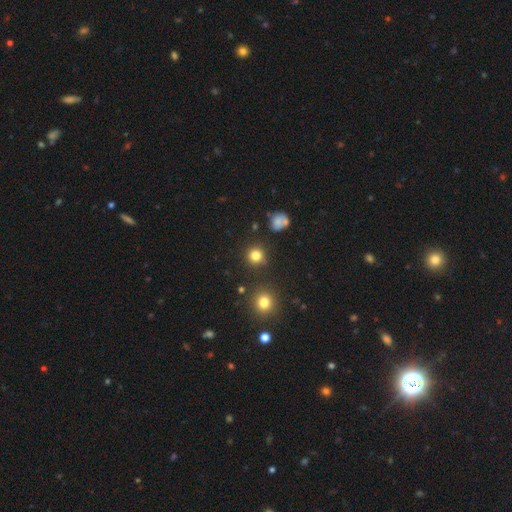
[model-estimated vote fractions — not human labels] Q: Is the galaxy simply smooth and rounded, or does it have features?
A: smooth — 80%.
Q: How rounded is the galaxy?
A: round — 93%.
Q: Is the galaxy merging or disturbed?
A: none — 87%.